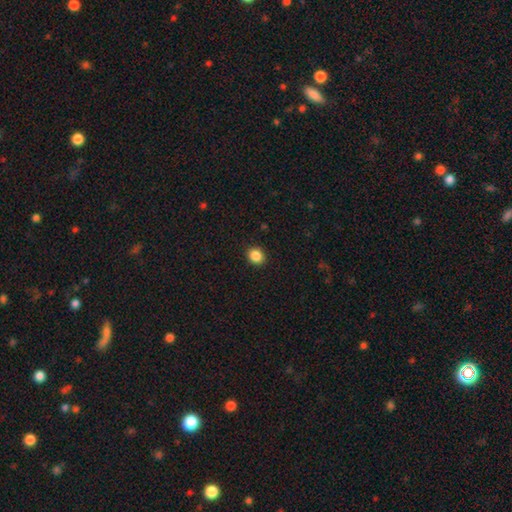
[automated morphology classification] Smooth or featured? Predicted: smooth (p=0.87). How rounded? Predicted: round (p=0.77). Merging? Predicted: none (p=0.91).